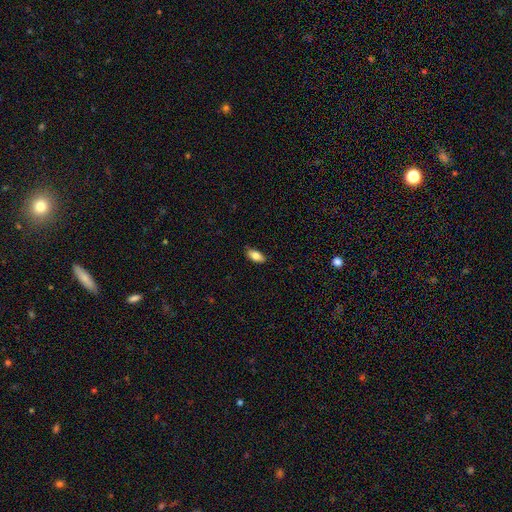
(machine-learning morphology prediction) smooth-or-featured: smooth: 81% | featured or disk: 12% | star or artifact: 7%
  how-rounded: in between: 90% | cigar-shaped: 7% | round: 3%
  merging: none: 85% | minor disturbance: 12% | major disturbance: 2% | merger: 1%